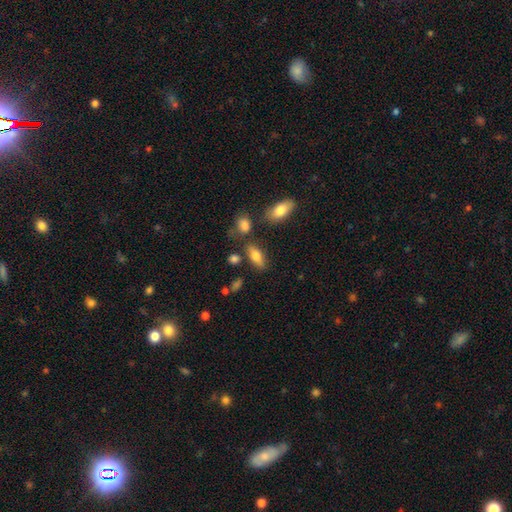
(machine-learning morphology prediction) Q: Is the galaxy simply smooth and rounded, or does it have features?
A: smooth — 74%.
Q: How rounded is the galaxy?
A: in between — 79%.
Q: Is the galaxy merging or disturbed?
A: none — 72%.